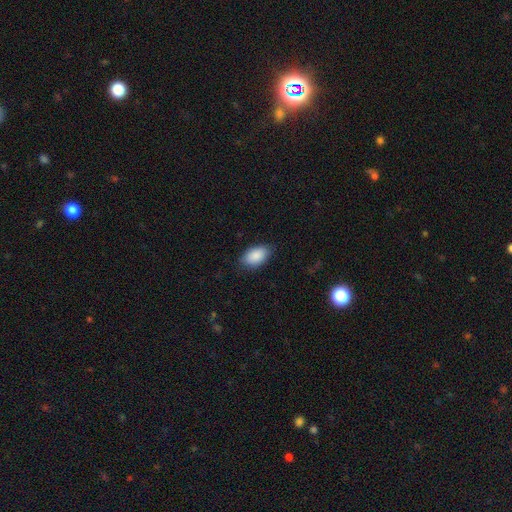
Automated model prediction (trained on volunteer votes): Smooth or featured? Predicted: smooth (p=0.89). How rounded? Predicted: in between (p=0.93). Merging? Predicted: none (p=0.81).